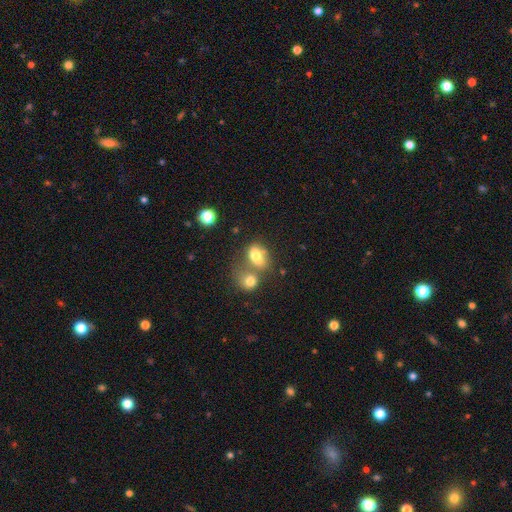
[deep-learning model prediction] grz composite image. It shows a smooth galaxy with no disk features (76%) that is in between round and cigar-shaped (75%). Merging: merger (50%).